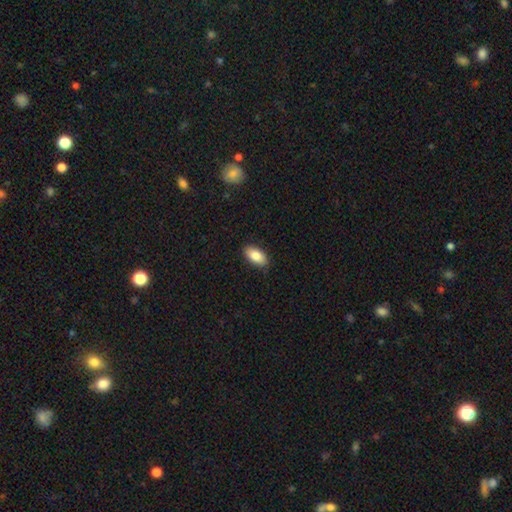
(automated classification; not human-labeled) A smooth galaxy with no disk features (85%) that is in between round and cigar-shaped (93%). Merging: none (87%).